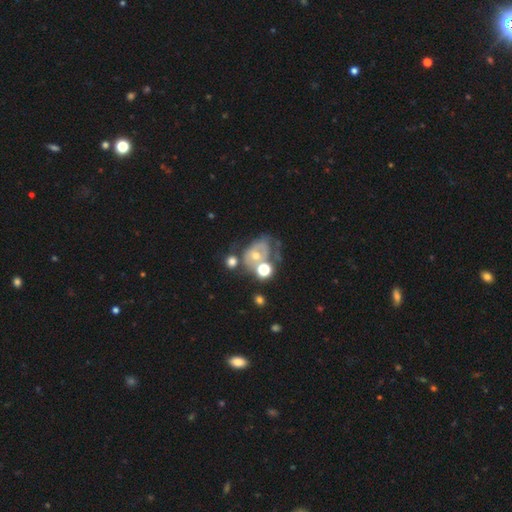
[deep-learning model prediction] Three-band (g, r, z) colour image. It shows a featured or disk galaxy (52%) with no bar (80%), no spiral arms (60%) and a moderate central bulge (56%). Merging: none (29%).